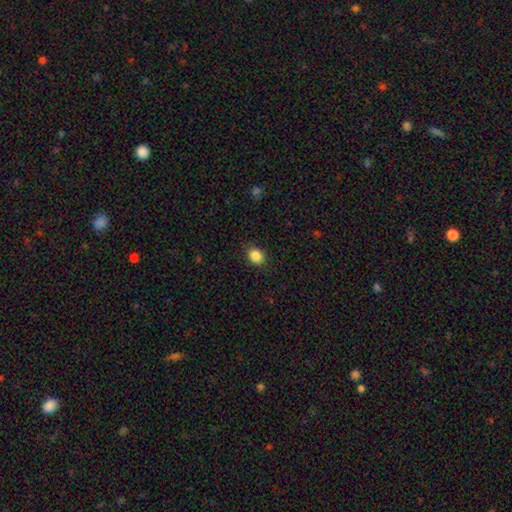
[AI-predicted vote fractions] This appears to be a smooth galaxy with no disk features (86%) that is round (60%). Merging: none (88%).